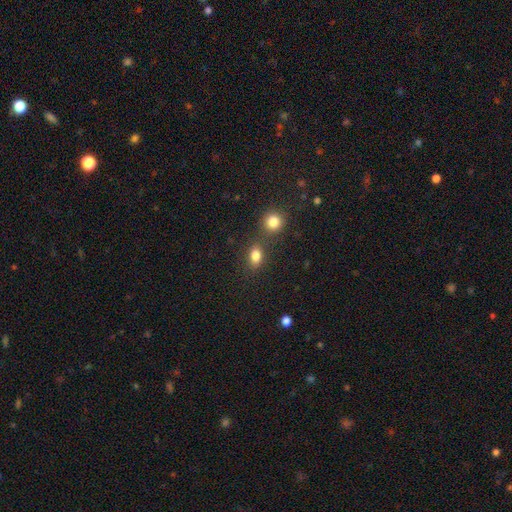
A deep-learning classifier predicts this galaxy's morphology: The model was most divided on "how rounded": in between: 72%, round: 26%, cigar-shaped: 2%. More confident: smooth or featured — smooth (83%); merging — none (67%).